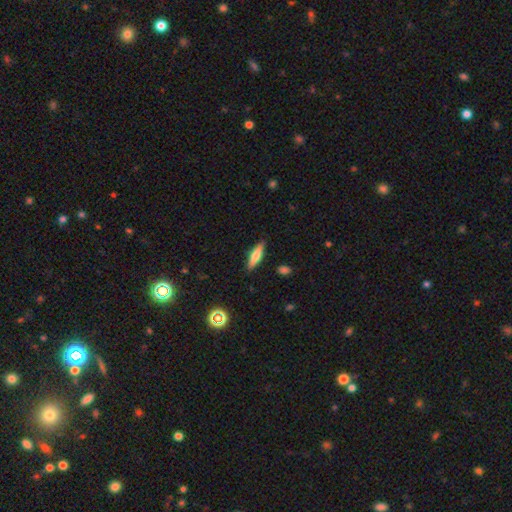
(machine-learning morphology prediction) The model was most divided on "smooth or featured": smooth: 57%, featured or disk: 36%, star or artifact: 7%. More confident: merging — none (88%); how rounded — cigar-shaped (70%).